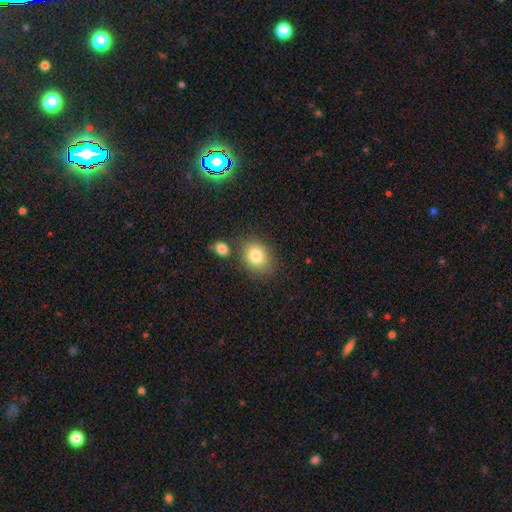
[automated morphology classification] Overall: smooth (82%). How rounded: in between (54%; round 45%). Merging: none (72%).